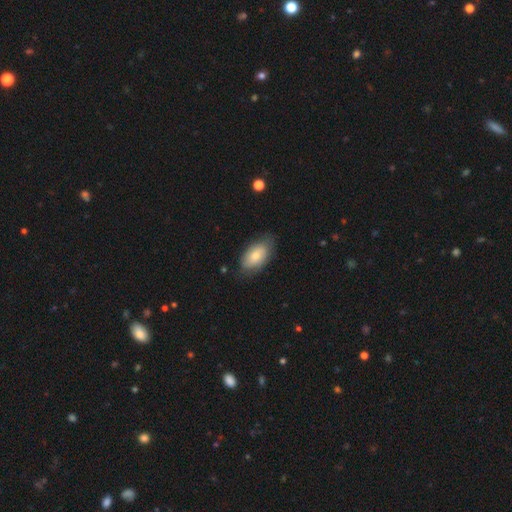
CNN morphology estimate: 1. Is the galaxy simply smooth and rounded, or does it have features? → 74% smooth, 20% featured or disk, 6% star or artifact.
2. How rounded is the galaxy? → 94% in between, 4% round, 2% cigar-shaped.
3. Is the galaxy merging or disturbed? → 72% none, 22% minor disturbance, 5% major disturbance, 1% merger.